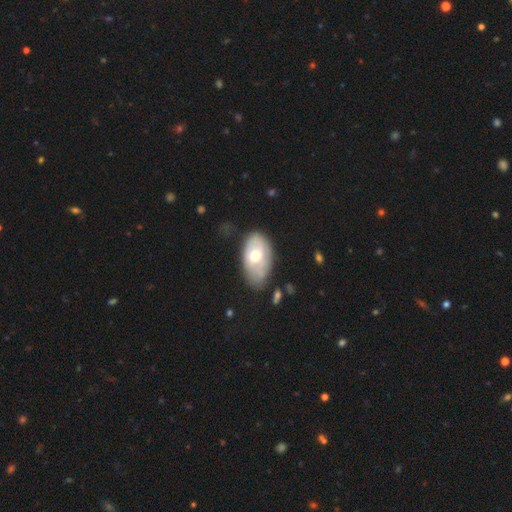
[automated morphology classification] Overall: smooth (56%; featured or disk 38%). How rounded: in between (92%). Merging: none (57%; minor disturbance 29%).